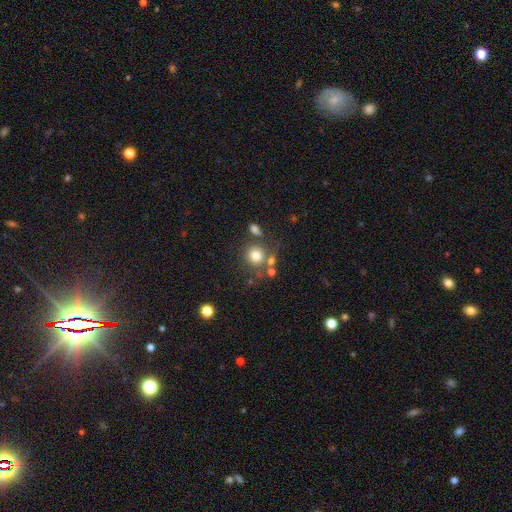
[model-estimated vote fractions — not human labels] Smooth or featured?
  - smooth: 76% *
  - star or artifact: 13%
  - featured or disk: 11%
How rounded?
  - round: 89% *
  - in between: 10%
  - cigar-shaped: 1%
Merging?
  - none: 67% *
  - merger: 16%
  - minor disturbance: 12%
  - major disturbance: 6%